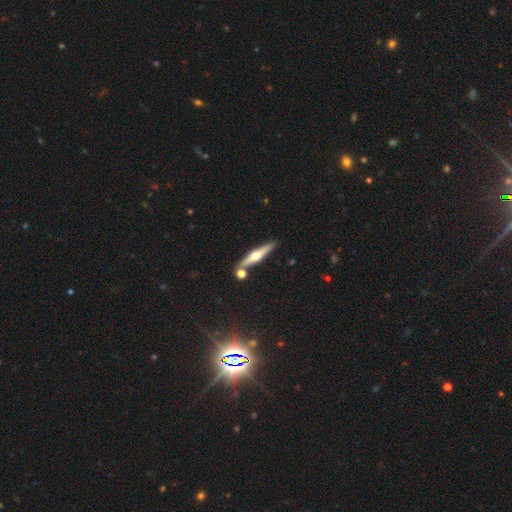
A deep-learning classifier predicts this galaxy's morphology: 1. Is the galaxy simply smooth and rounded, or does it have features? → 64% featured or disk, 30% smooth, 6% star or artifact.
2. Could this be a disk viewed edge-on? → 96% yes, 4% no.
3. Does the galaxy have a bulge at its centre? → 93% rounded, 4% boxy, 3% none.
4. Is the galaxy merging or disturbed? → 82% none, 8% minor disturbance, 8% merger, 2% major disturbance.